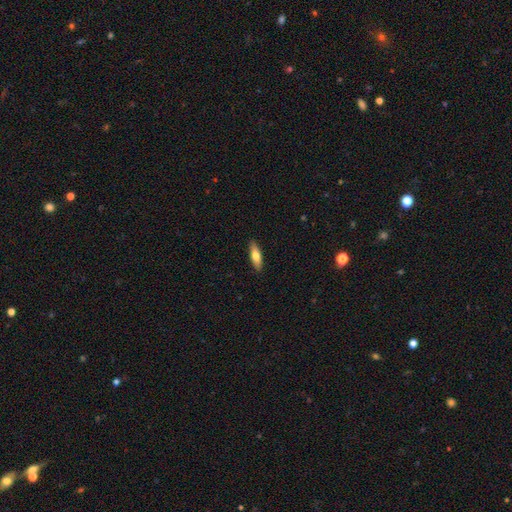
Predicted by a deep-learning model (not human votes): Morphology: type=smooth (69%); roundness=cigar-shaped (53%); merging=none (90%).